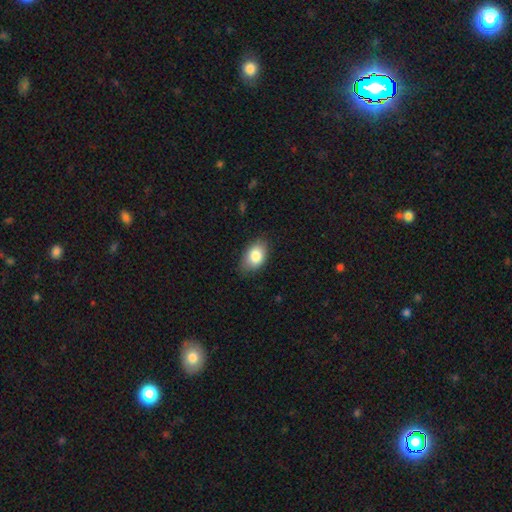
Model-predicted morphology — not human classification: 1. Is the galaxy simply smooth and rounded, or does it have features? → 84% smooth, 9% featured or disk, 7% star or artifact.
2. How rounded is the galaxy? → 88% in between, 10% round, 1% cigar-shaped.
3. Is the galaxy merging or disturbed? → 77% none, 19% minor disturbance, 3% major disturbance, 1% merger.